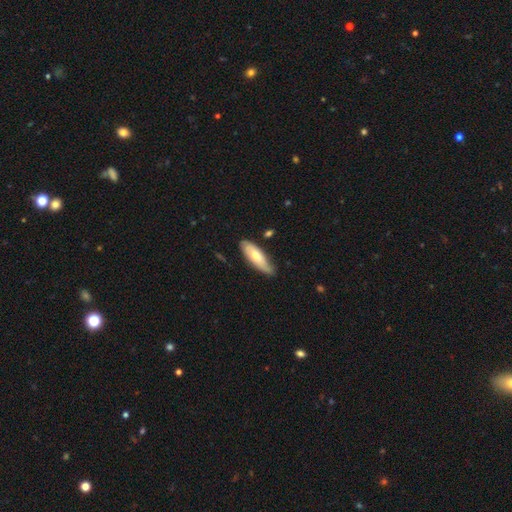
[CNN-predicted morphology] type=smooth (62%); roundness=in between (61%); merging=none (66%).